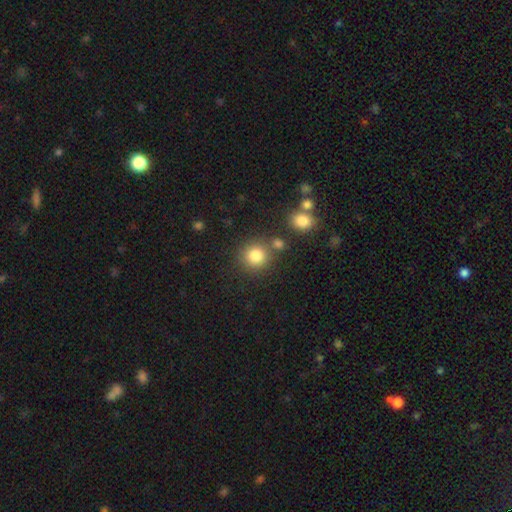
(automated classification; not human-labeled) smooth-or-featured: smooth: 82% | star or artifact: 12% | featured or disk: 6%
  how-rounded: round: 90% | in between: 9% | cigar-shaped: 1%
  merging: none: 75% | merger: 13% | minor disturbance: 9% | major disturbance: 4%